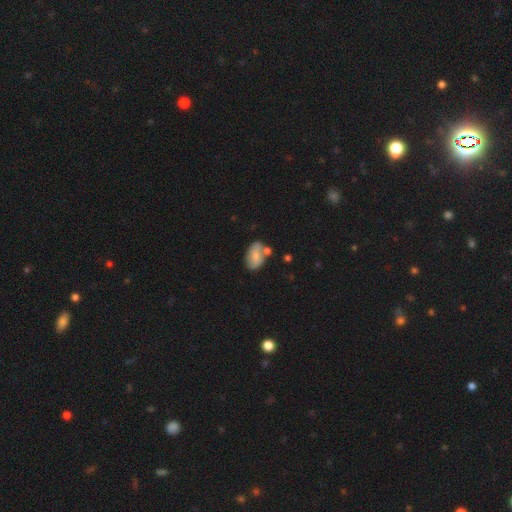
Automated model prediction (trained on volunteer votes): Smooth or featured?
  - smooth: 65% *
  - featured or disk: 27%
  - star or artifact: 8%
How rounded?
  - in between: 90% *
  - round: 8%
  - cigar-shaped: 2%
Merging?
  - none: 52% *
  - merger: 22%
  - minor disturbance: 21%
  - major disturbance: 6%